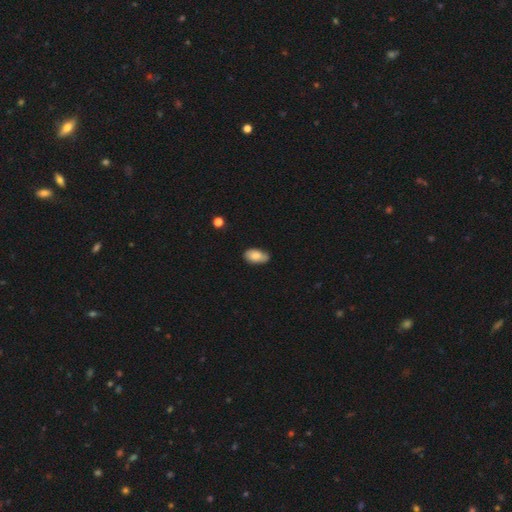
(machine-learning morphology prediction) type=smooth (81%); roundness=in between (94%); merging=none (68%).